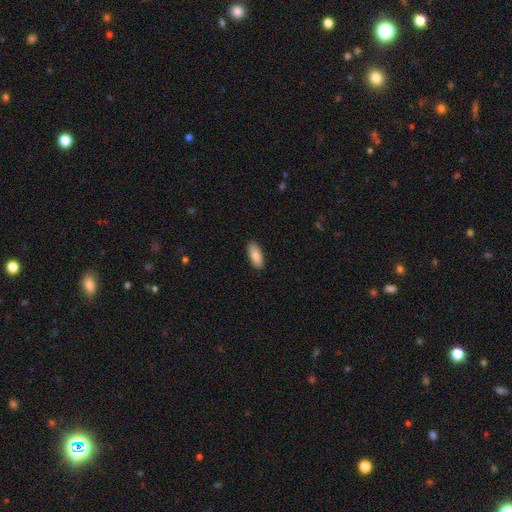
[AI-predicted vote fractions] Smooth or featured? smooth (86%)
How rounded? in between (85%)
Merging? none (89%)